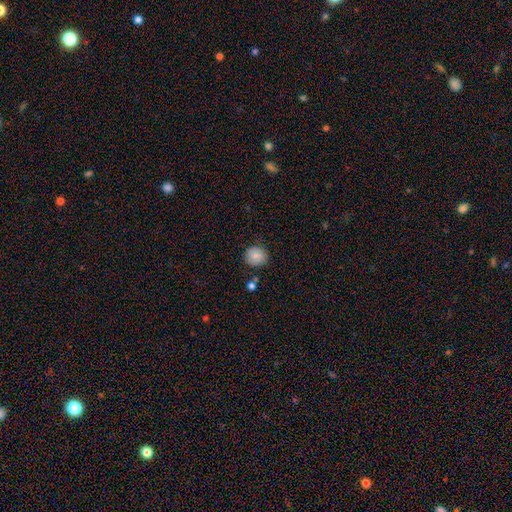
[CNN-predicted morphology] Overall: smooth (85%). How rounded: round (89%). Merging: none (85%).